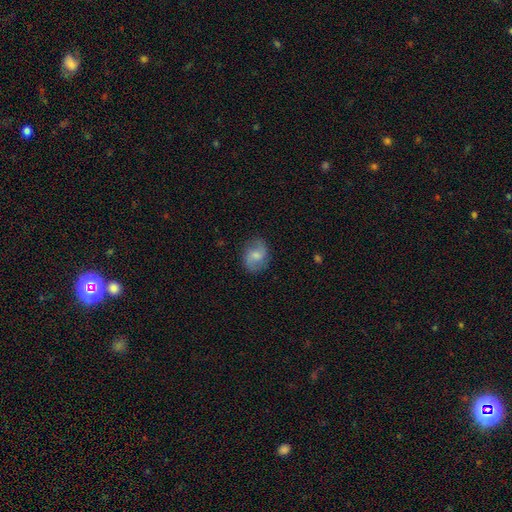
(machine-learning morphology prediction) Overall: featured or disk (51%; smooth 41%). Edge-on disk: no (97%). Merging: none (79%).